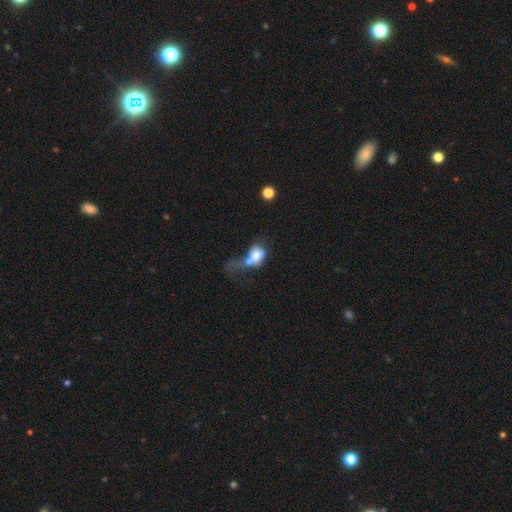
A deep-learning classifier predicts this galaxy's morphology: This appears to be a smooth galaxy with no disk features (69%) that is round (52%). Merging: merger (45%).